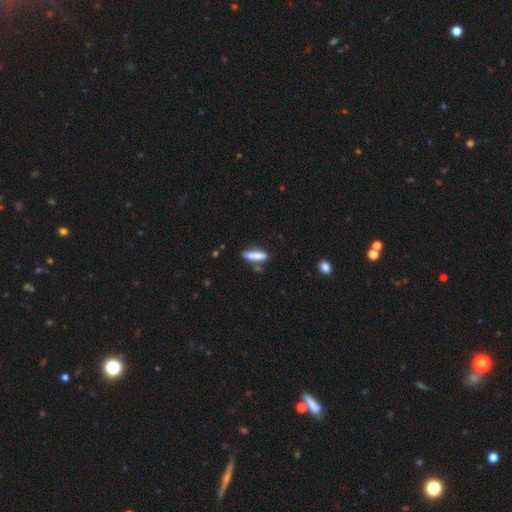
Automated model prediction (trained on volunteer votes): This is clearly a smooth galaxy (84%). How rounded: likely cigar-shaped (66%). Merging: likely none (74%).